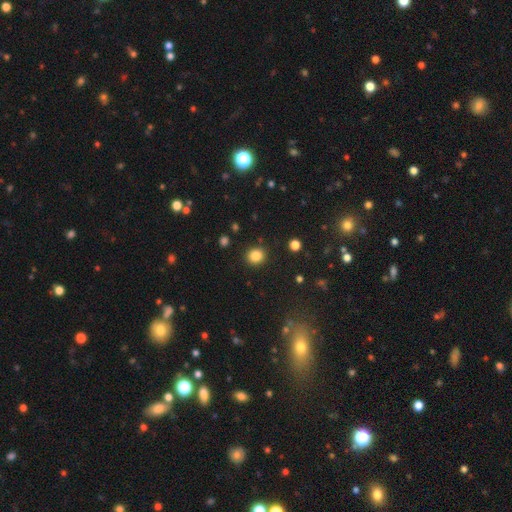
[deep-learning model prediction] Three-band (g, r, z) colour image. It shows a smooth galaxy with no disk features (85%) that is round (87%). Merging: none (90%).